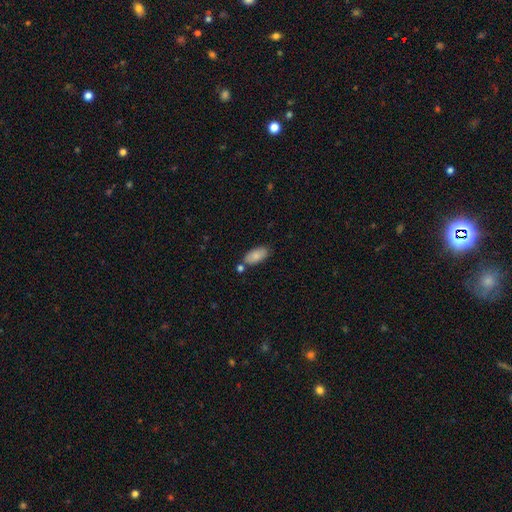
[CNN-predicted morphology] type=smooth (82%); roundness=in between (92%); merging=none (73%).